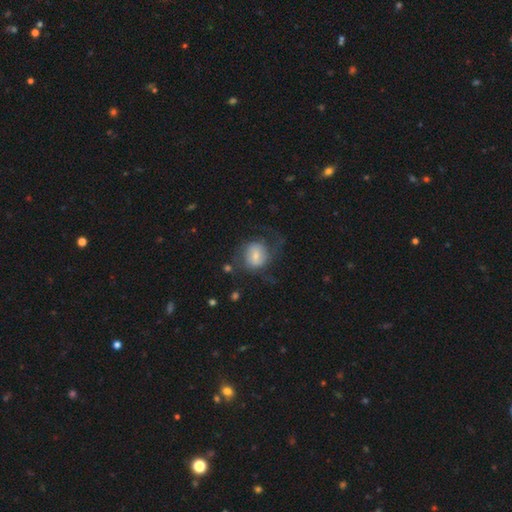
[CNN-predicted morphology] type=smooth (51%); roundness=round (68%); merging=none (44%).